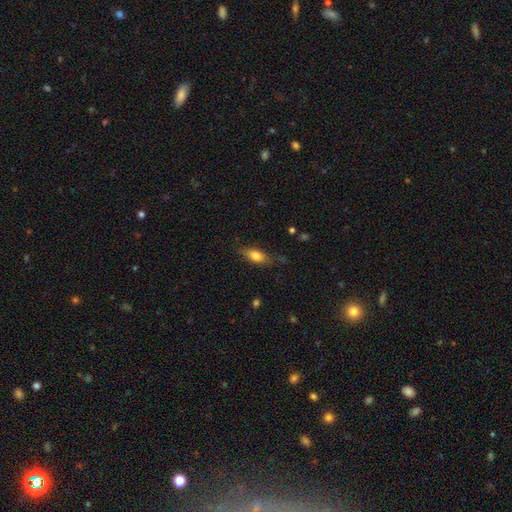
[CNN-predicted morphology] Q: Smooth or featured?
A: smooth (73%); runner-up: featured or disk (20%)
Q: How rounded?
A: in between (76%); runner-up: cigar-shaped (19%)
Q: Merging?
A: none (74%); runner-up: minor disturbance (19%)